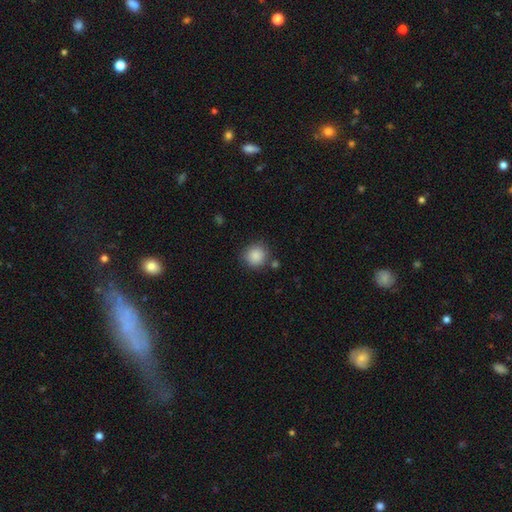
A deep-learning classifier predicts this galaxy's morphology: Q: Smooth or featured?
A: smooth (88%); runner-up: star or artifact (8%)
Q: How rounded?
A: round (89%); runner-up: in between (10%)
Q: Merging?
A: none (80%); runner-up: minor disturbance (11%)